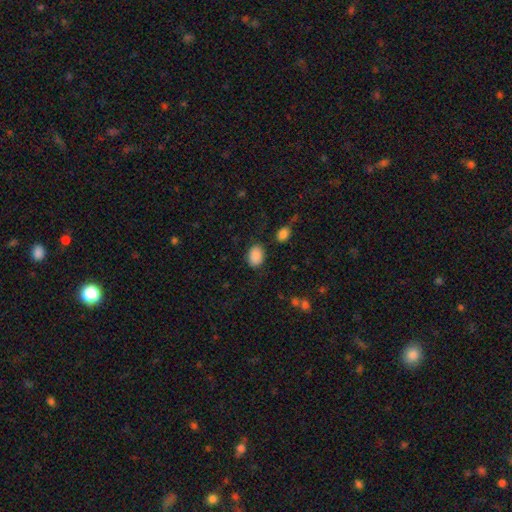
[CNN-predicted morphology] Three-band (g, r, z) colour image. It shows a smooth galaxy with no disk features (89%) that is in between round and cigar-shaped (76%). Merging: none (82%).